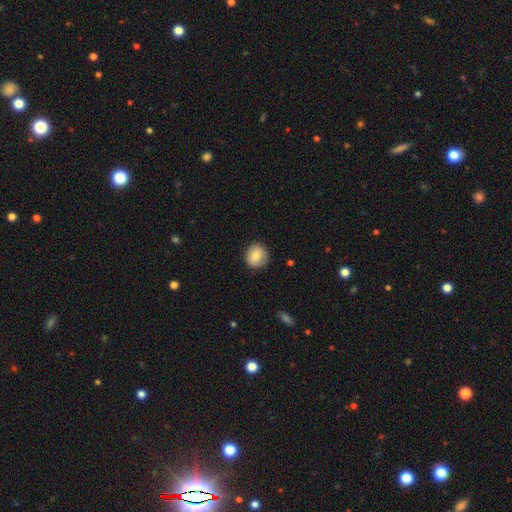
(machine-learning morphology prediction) Smooth or featured: smooth — 80% (featured or disk — 12%)
How rounded: round — 90% (in between — 9%)
Merging: none — 85% (minor disturbance — 12%)